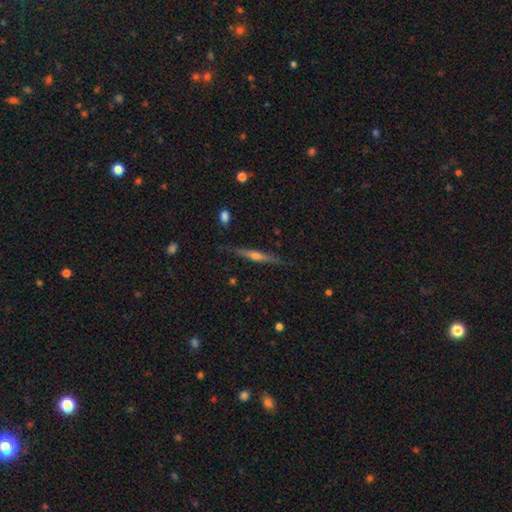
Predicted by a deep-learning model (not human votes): Q: Smooth or featured?
A: featured or disk (71%); runner-up: smooth (22%)
Q: Edge-on disk?
A: yes (97%); runner-up: no (3%)
Q: Edge-on bulge?
A: rounded (82%); runner-up: none (10%)
Q: Merging?
A: none (87%); runner-up: minor disturbance (10%)